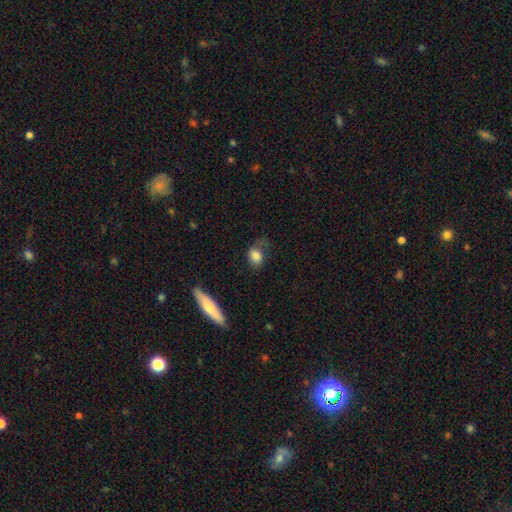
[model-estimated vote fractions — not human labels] Smooth or featured: smooth — 77% (featured or disk — 15%)
How rounded: in between — 57% (round — 41%)
Merging: none — 39% (major disturbance — 30%)